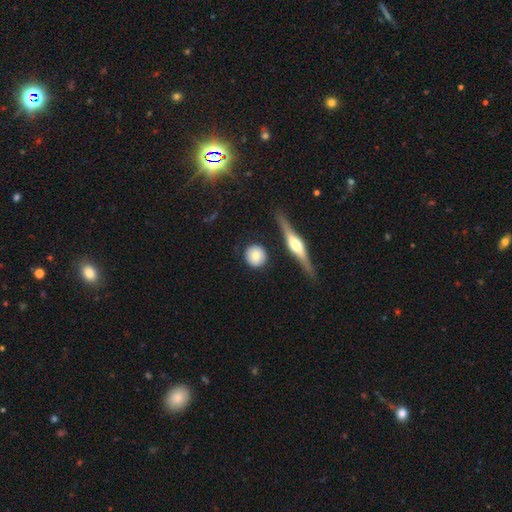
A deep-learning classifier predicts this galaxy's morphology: smooth 75%, featured or disk 18%, star or artifact 7%. Down the decision tree: how rounded — round (92%); merging — none (85%).